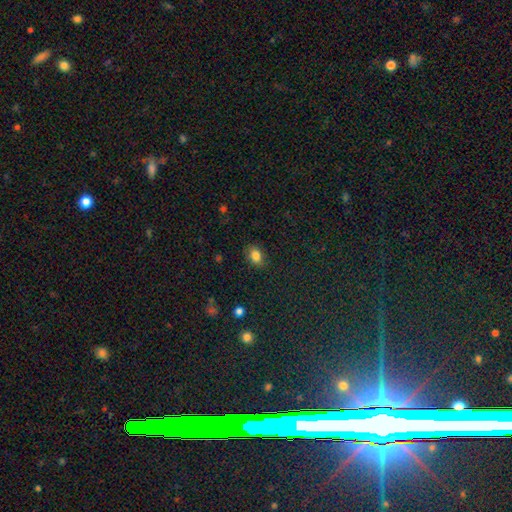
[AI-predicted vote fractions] Smooth or featured: smooth — 84% (star or artifact — 10%)
How rounded: in between — 72% (round — 27%)
Merging: none — 84% (minor disturbance — 12%)